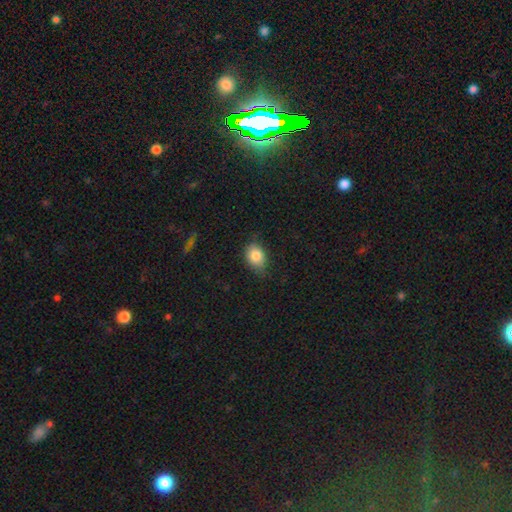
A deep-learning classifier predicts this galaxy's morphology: smooth_or_featured: smooth (p=0.83) [alt: star or artifact p=0.09]
how_rounded: in between (p=0.69) [alt: round p=0.29]
merging: none (p=0.68) [alt: minor disturbance p=0.26]